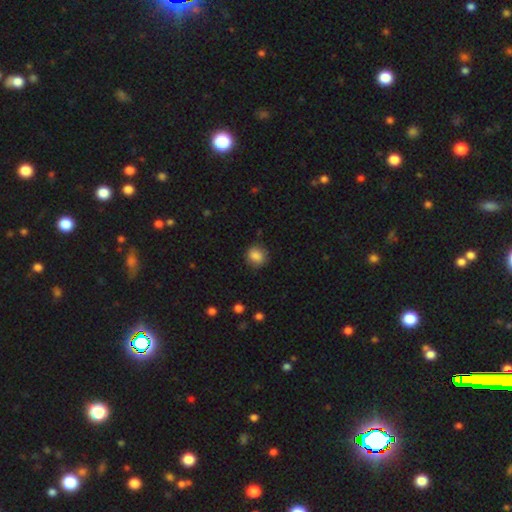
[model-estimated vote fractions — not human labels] The model was most divided on "how rounded": round: 78%, in between: 21%, cigar-shaped: 1%. More confident: smooth or featured — smooth (85%); merging — none (82%).